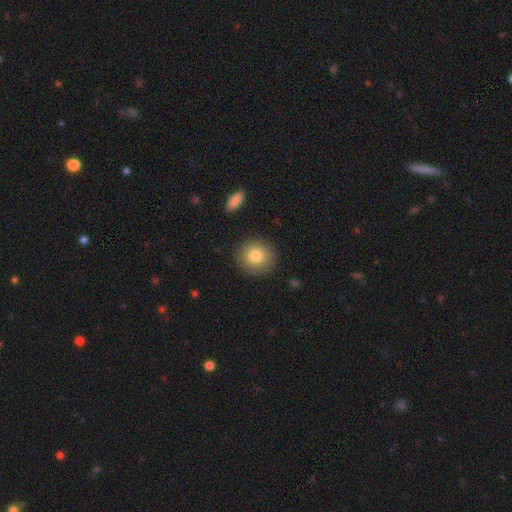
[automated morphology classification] This appears to be a smooth galaxy with no disk features (82%) that is round (86%). Merging: none (89%).